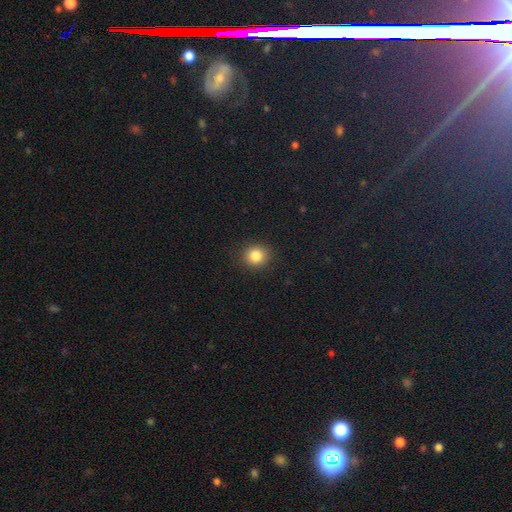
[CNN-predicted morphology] smooth_or_featured: smooth (p=0.84) [alt: star or artifact p=0.11]
how_rounded: round (p=0.86) [alt: in between p=0.14]
merging: none (p=0.90) [alt: minor disturbance p=0.06]